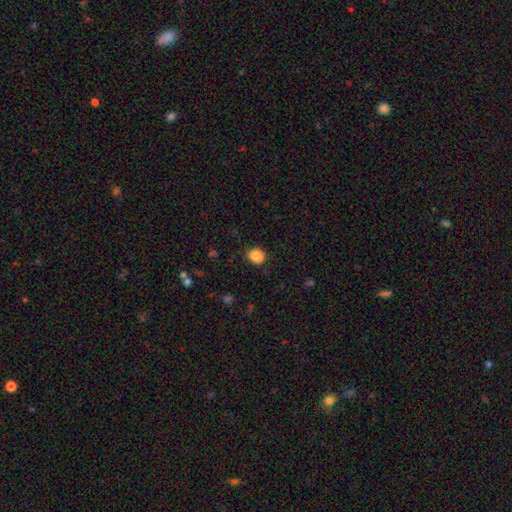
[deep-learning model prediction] Overall: smooth (82%). How rounded: round (79%). Merging: none (76%).